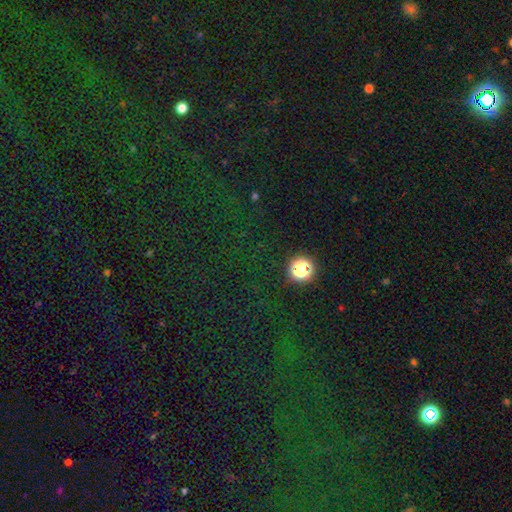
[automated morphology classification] This appears to be a star or artifact, not a galaxy (78%).